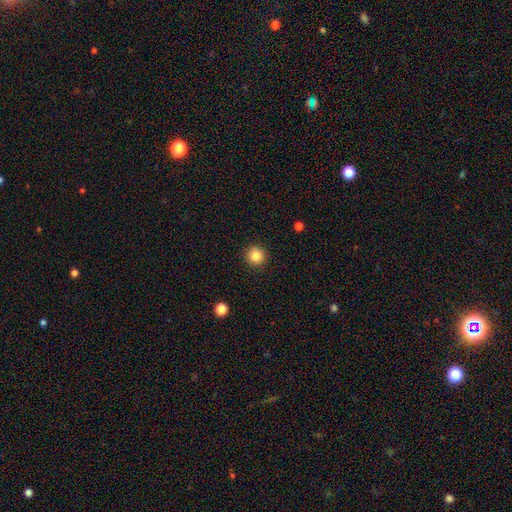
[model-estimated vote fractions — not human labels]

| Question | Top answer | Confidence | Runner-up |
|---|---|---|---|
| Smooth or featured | smooth | 85% | star or artifact (11%) |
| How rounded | round | 95% | in between (4%) |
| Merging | none | 92% | minor disturbance (5%) |